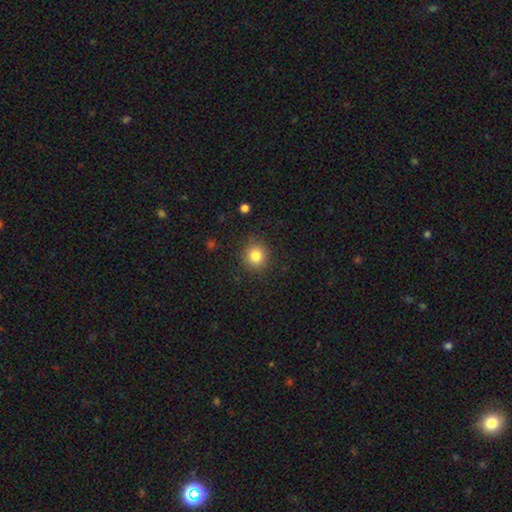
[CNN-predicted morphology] Overall: smooth (83%). How rounded: round (90%). Merging: none (88%).